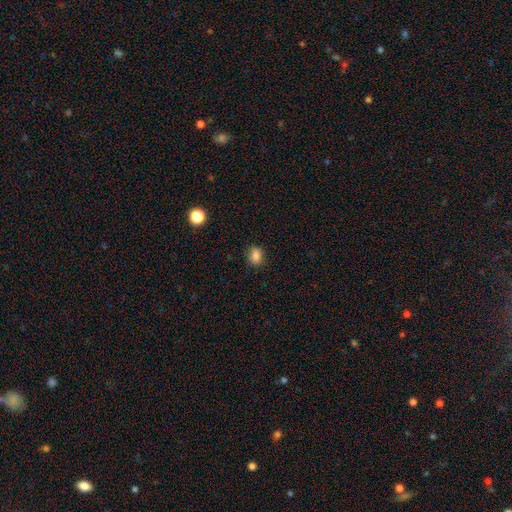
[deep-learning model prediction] Smooth or featured? Predicted: smooth (p=0.84). How rounded? Predicted: in between (p=0.56). Merging? Predicted: none (p=0.81).